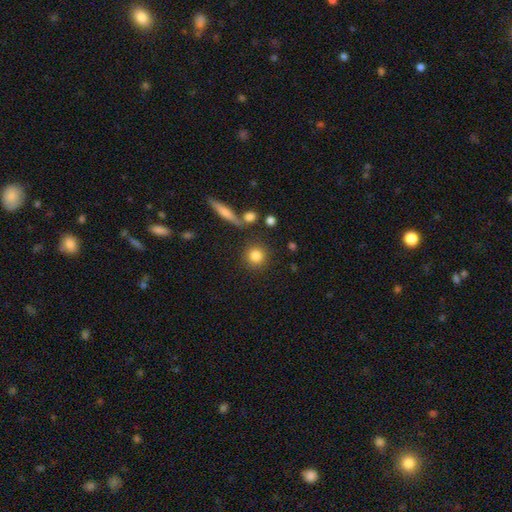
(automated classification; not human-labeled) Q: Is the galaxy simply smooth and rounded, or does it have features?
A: smooth — 82%.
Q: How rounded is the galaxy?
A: round — 90%.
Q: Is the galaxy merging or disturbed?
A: none — 83%.